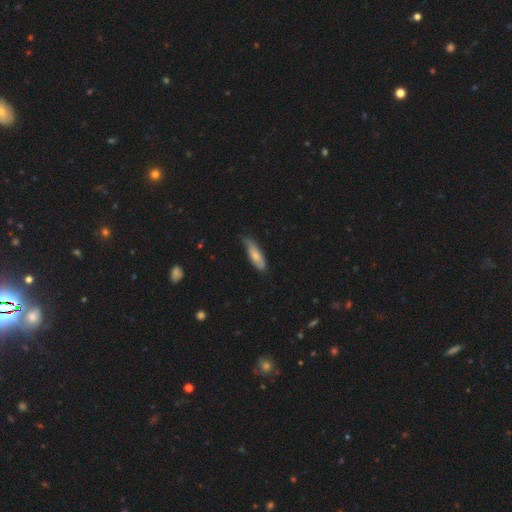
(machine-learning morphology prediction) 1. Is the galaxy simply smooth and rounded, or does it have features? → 71% smooth, 23% featured or disk, 6% star or artifact.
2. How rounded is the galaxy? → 51% cigar-shaped, 47% in between, 2% round.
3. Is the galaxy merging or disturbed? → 51% none, 39% minor disturbance, 8% major disturbance, 2% merger.